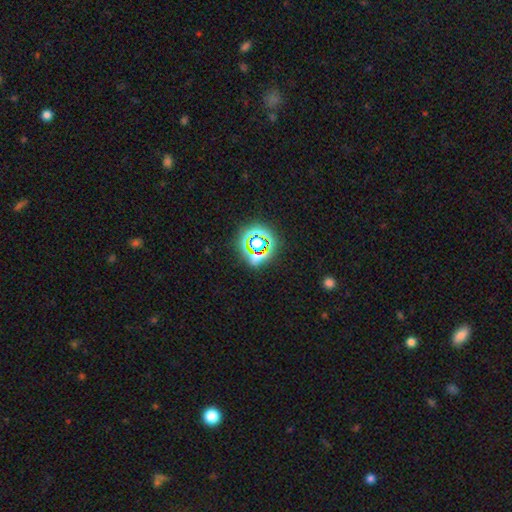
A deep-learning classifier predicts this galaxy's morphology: type=star or artifact (65%).